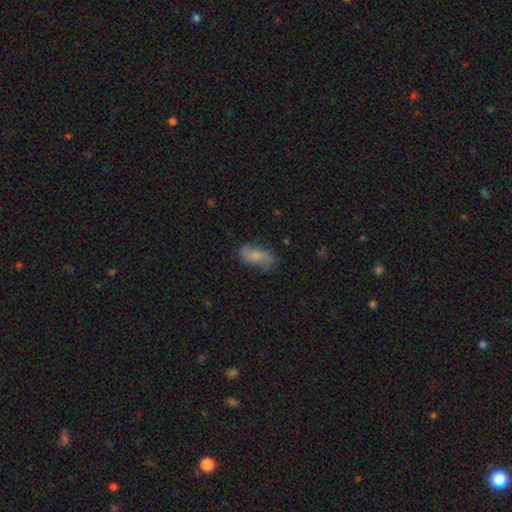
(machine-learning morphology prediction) Overall: smooth (47%; featured or disk 44%). Merging: none (66%).